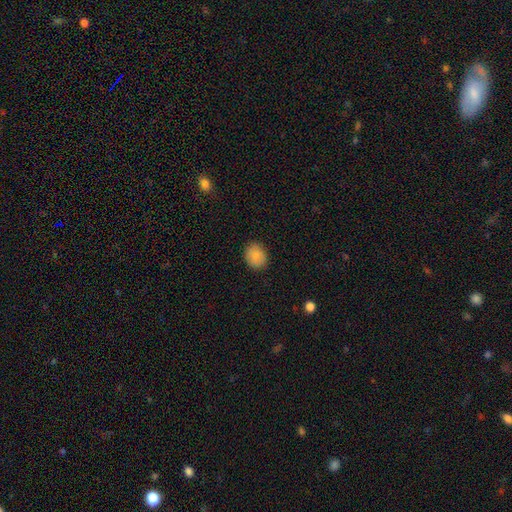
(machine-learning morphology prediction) Smooth or featured: smooth — 85% (star or artifact — 8%)
How rounded: round — 66% (in between — 33%)
Merging: none — 87% (minor disturbance — 10%)